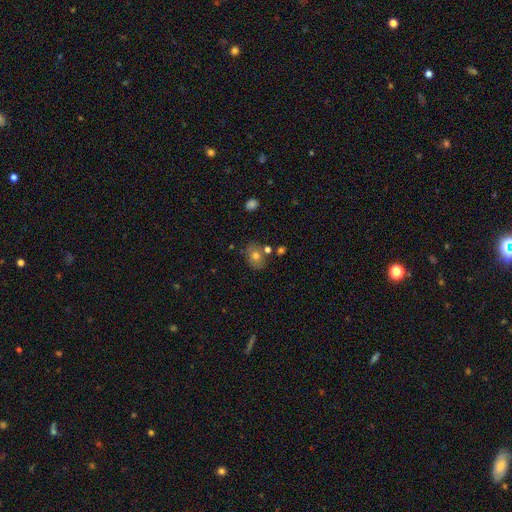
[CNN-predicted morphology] smooth_or_featured: smooth (p=0.66) [alt: featured or disk p=0.21]
how_rounded: round (p=0.53) [alt: in between p=0.46]
merging: none (p=0.68) [alt: minor disturbance p=0.16]